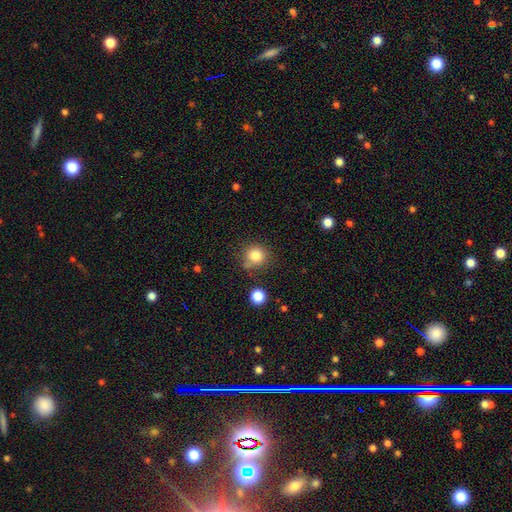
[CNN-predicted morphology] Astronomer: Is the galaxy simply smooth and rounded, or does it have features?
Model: smooth — 81%.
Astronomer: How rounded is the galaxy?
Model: round — 91%.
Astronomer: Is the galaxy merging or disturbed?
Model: none — 72%.